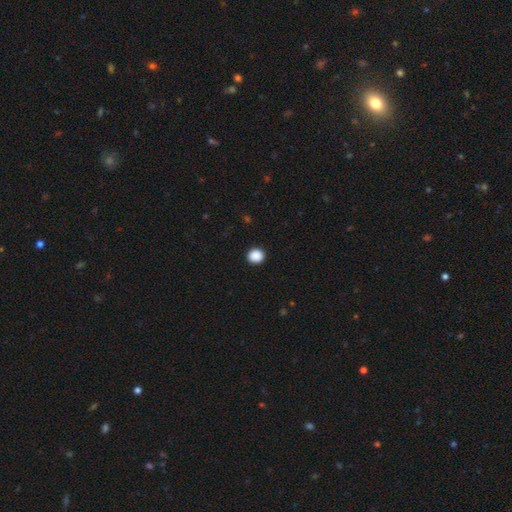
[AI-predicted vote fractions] Smooth or featured? Predicted: smooth (p=0.89). How rounded? Predicted: round (p=0.88). Merging? Predicted: none (p=0.93).